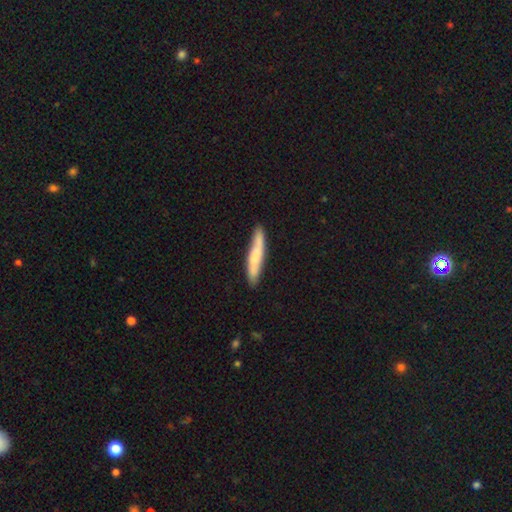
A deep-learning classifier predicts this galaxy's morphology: A smooth galaxy with no disk features (63%) that is cigar-shaped (90%). Merging: none (82%).